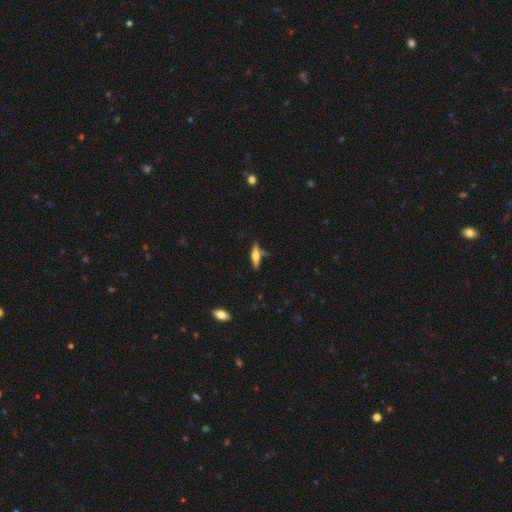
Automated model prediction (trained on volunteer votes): Smooth or featured? featured or disk (50%)
Edge-on disk? yes (93%)
Merging? none (67%)